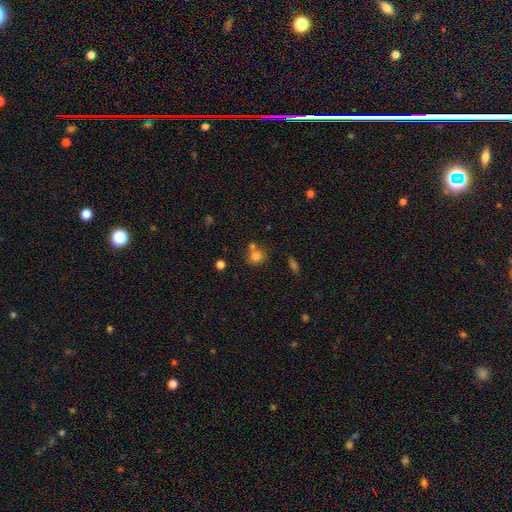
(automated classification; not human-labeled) This is likely a smooth galaxy (78%). How rounded: clearly round (82%). Merging: possibly none (57%).